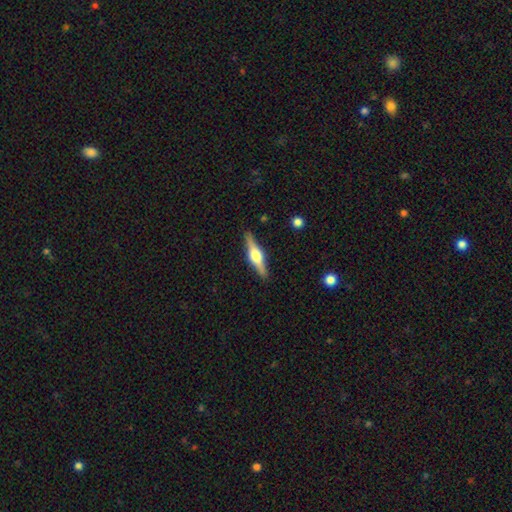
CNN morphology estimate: A featured or disk galaxy (73%) viewed edge-on (97%) with a rounded central bulge (93%).

Vote fractions:
- Smooth or featured? featured or disk: 73% / smooth: 21% / star or artifact: 6%
- Edge-on disk? yes: 97% / no: 3%
- Edge-on bulge? rounded: 93% / boxy: 6% / none: 2%
- Merging? none: 90% / minor disturbance: 7% / major disturbance: 2% / merger: 1%